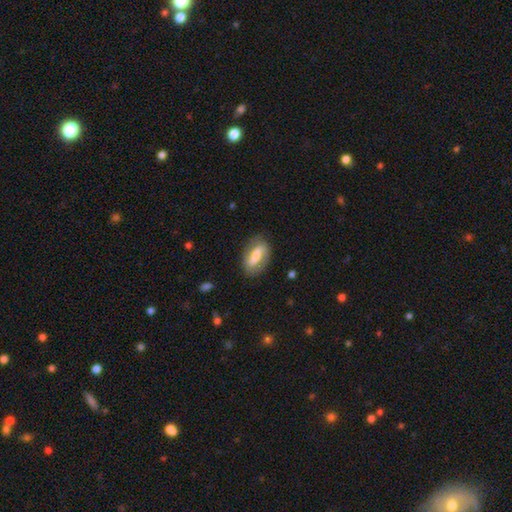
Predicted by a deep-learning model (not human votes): The model was most divided on "smooth or featured": smooth: 49%, featured or disk: 45%, star or artifact: 6%. More confident: merging — none (78%).